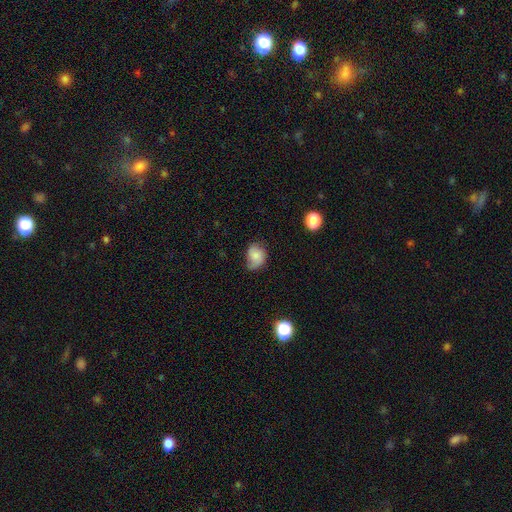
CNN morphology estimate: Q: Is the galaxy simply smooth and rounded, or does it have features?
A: smooth — 66%.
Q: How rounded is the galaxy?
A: in between — 54%.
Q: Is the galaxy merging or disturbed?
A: none — 49%.